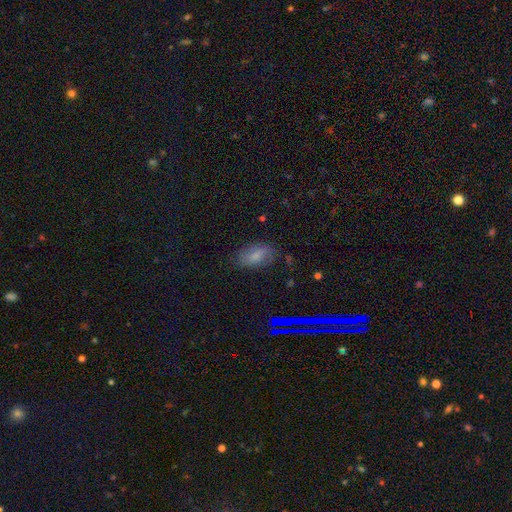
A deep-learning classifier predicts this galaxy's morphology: Smooth or featured?
  - smooth: 70% *
  - featured or disk: 18%
  - star or artifact: 13%
How rounded?
  - in between: 90% *
  - round: 7%
  - cigar-shaped: 3%
Merging?
  - none: 73% *
  - minor disturbance: 20%
  - major disturbance: 6%
  - merger: 2%